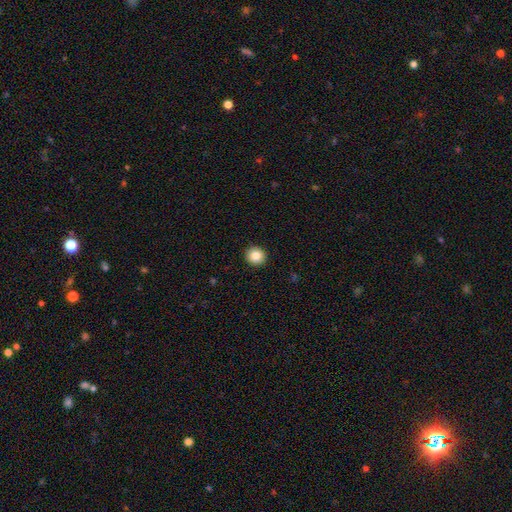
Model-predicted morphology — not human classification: A smooth galaxy with no disk features (85%) that is round (91%).

Vote fractions:
- Smooth or featured? smooth: 85% / star or artifact: 9% / featured or disk: 6%
- How rounded? round: 91% / in between: 8% / cigar-shaped: 1%
- Merging? none: 93% / minor disturbance: 5% / major disturbance: 1% / merger: 1%